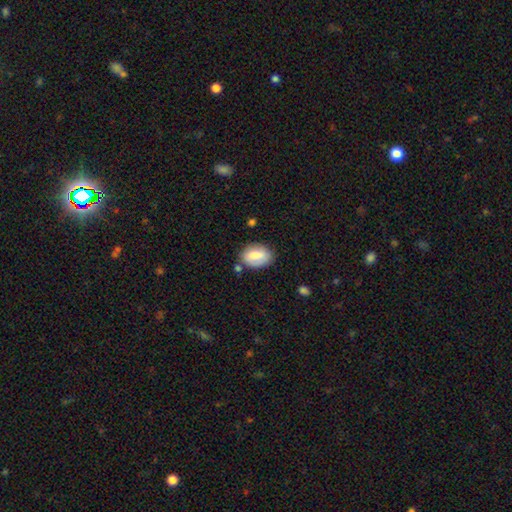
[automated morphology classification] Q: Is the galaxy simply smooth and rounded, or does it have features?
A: smooth — 77%.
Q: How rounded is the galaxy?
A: in between — 83%.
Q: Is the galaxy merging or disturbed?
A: none — 70%.